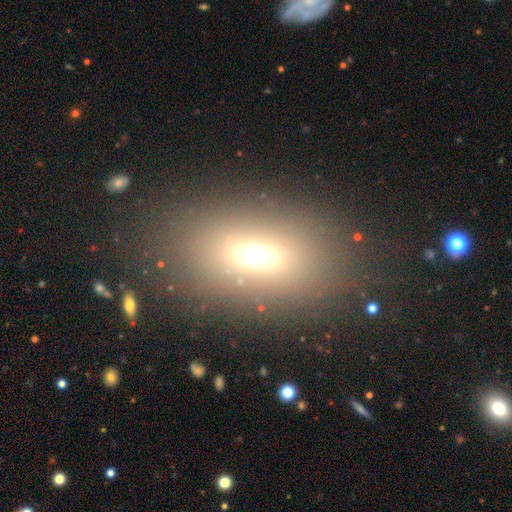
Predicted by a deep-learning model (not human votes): This appears to be a smooth galaxy with no disk features (62%) that is in between round and cigar-shaped (80%). Merging: none (78%).